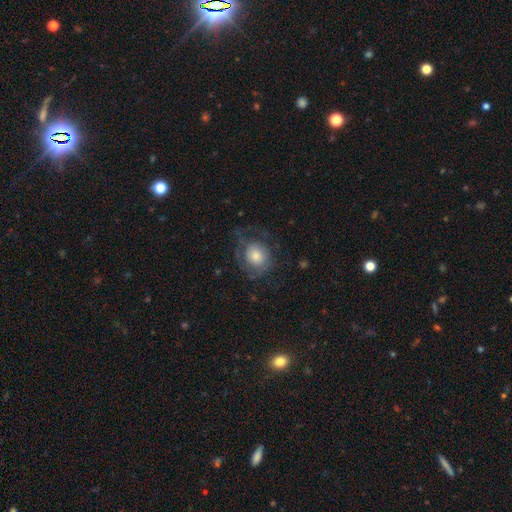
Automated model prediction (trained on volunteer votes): Q: Smooth or featured?
A: smooth (53%); runner-up: featured or disk (37%)
Q: How rounded?
A: round (72%); runner-up: in between (27%)
Q: Merging?
A: none (54%); runner-up: major disturbance (23%)